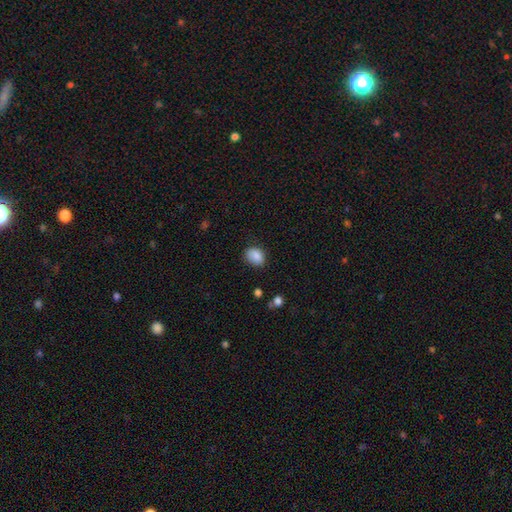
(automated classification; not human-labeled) This is clearly a smooth galaxy (87%). How rounded: likely in between (67%). Merging: likely none (75%).